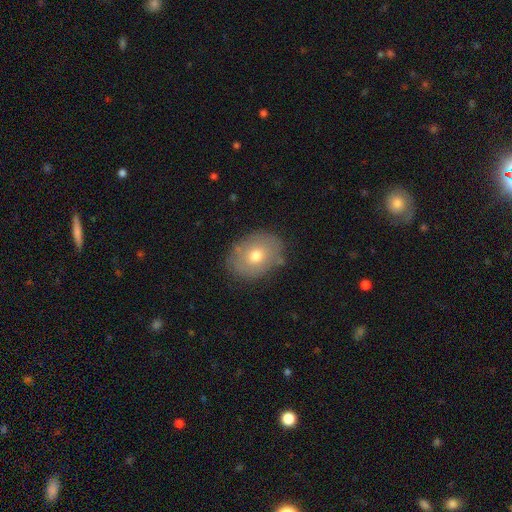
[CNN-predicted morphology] Smooth or featured: smooth — 64% (featured or disk — 27%)
How rounded: in between — 61% (round — 38%)
Merging: none — 82% (minor disturbance — 14%)